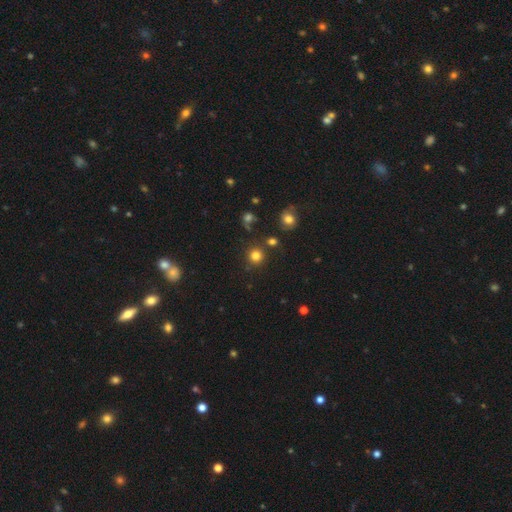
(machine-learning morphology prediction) A smooth galaxy with no disk features (80%) that is round (93%). Merging: none (84%).